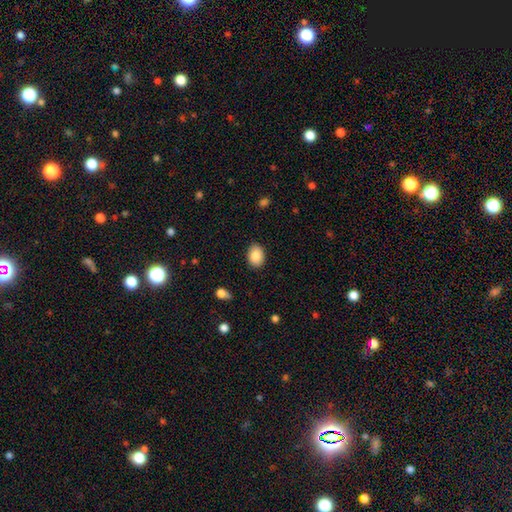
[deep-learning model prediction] This is clearly a smooth galaxy (87%). How rounded: likely in between (74%). Merging: clearly none (88%).